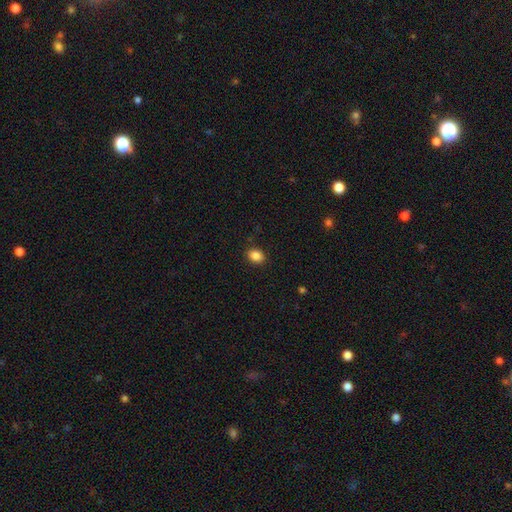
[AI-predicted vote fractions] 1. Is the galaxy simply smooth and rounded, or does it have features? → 87% smooth, 9% star or artifact, 4% featured or disk.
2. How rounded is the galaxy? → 63% in between, 36% round, 1% cigar-shaped.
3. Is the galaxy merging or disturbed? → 89% none, 8% minor disturbance, 2% major disturbance, 1% merger.